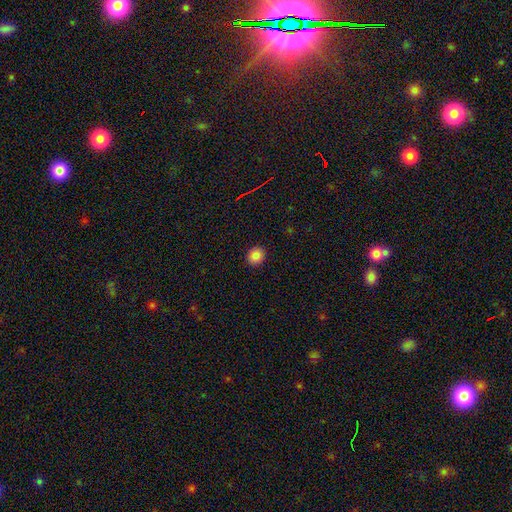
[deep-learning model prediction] Smooth or featured: smooth — 84% (star or artifact — 11%)
How rounded: round — 81% (in between — 18%)
Merging: none — 91% (minor disturbance — 6%)